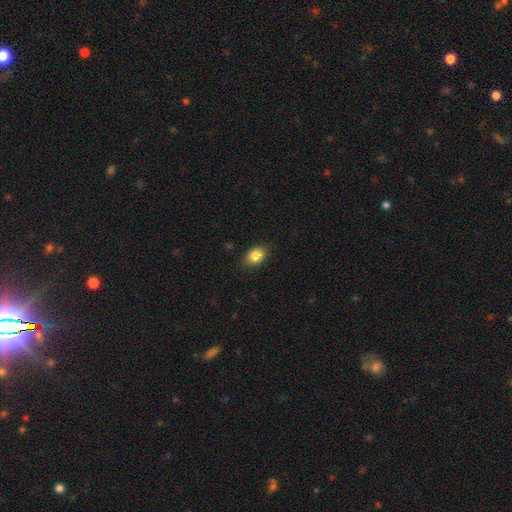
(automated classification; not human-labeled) smooth 86%, star or artifact 8%, featured or disk 6%. Down the decision tree: how rounded — in between (80%); merging — none (84%).